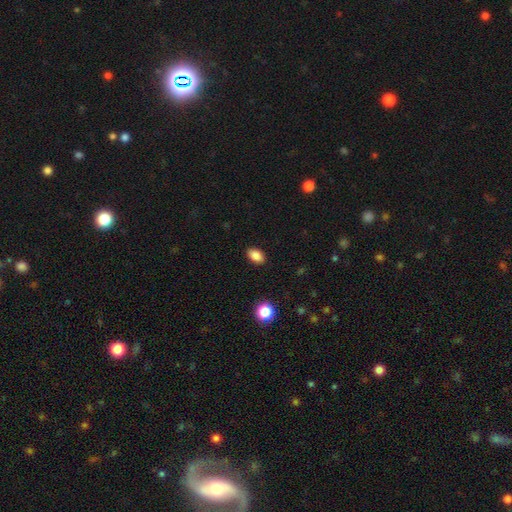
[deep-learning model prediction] This appears to be a smooth galaxy with no disk features (86%) that is in between round and cigar-shaped (89%). Merging: none (89%).